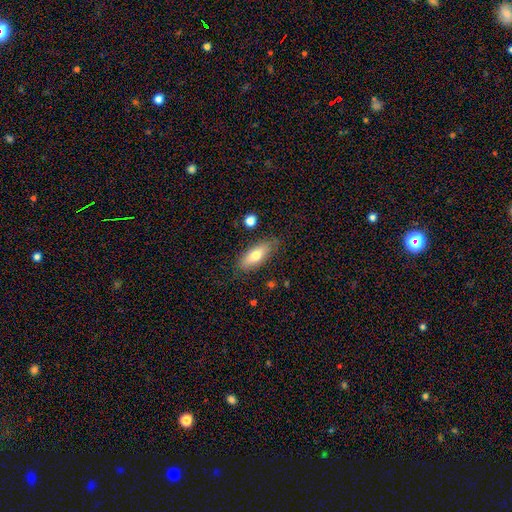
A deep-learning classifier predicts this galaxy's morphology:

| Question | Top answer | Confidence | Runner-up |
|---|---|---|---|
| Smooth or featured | smooth | 69% | featured or disk (24%) |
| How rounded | in between | 73% | cigar-shaped (25%) |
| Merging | none | 78% | minor disturbance (16%) |